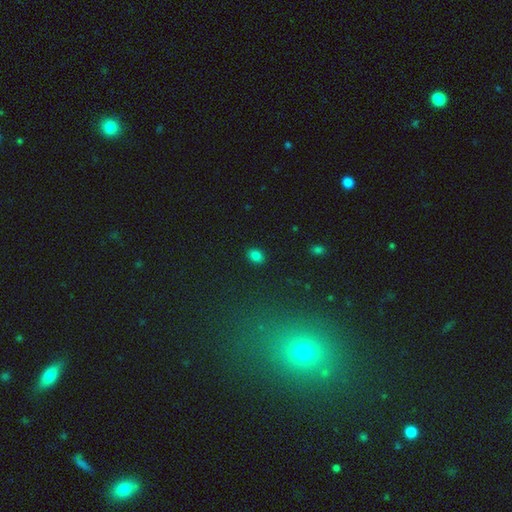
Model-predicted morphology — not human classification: smooth-or-featured: smooth: 83% | star or artifact: 12% | featured or disk: 5%
  how-rounded: in between: 68% | round: 30% | cigar-shaped: 1%
  merging: none: 88% | minor disturbance: 8% | major disturbance: 2% | merger: 1%